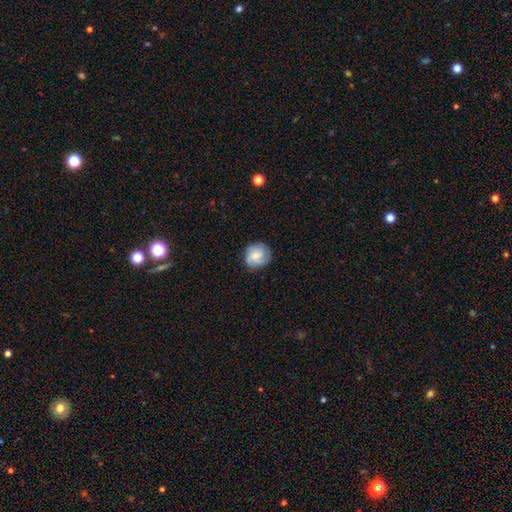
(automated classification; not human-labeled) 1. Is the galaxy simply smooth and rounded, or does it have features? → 48% featured or disk, 44% smooth, 8% star or artifact.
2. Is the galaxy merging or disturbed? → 80% none, 15% minor disturbance, 4% major disturbance, 1% merger.